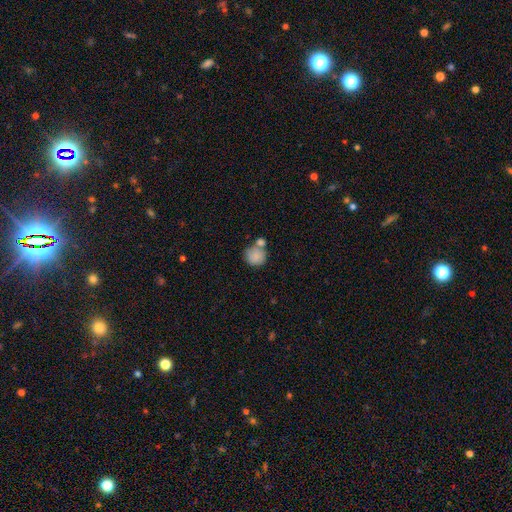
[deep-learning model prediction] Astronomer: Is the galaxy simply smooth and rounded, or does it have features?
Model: smooth — 85%.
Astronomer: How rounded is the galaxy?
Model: round — 88%.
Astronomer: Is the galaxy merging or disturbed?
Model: none — 51% (runner-up: merger, 33%).